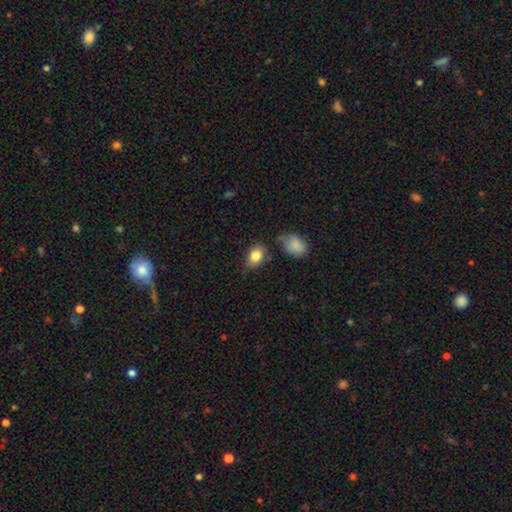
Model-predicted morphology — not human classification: smooth 84%, star or artifact 8%, featured or disk 8%. Down the decision tree: how rounded — in between (73%); merging — none (66%).